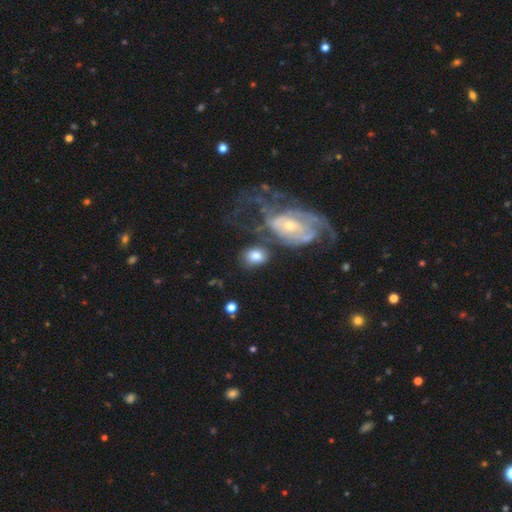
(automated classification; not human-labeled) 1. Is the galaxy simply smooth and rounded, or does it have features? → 66% smooth, 26% featured or disk, 8% star or artifact.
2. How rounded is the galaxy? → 55% in between, 44% round, 1% cigar-shaped.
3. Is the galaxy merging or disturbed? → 52% none, 19% merger, 17% minor disturbance, 12% major disturbance.